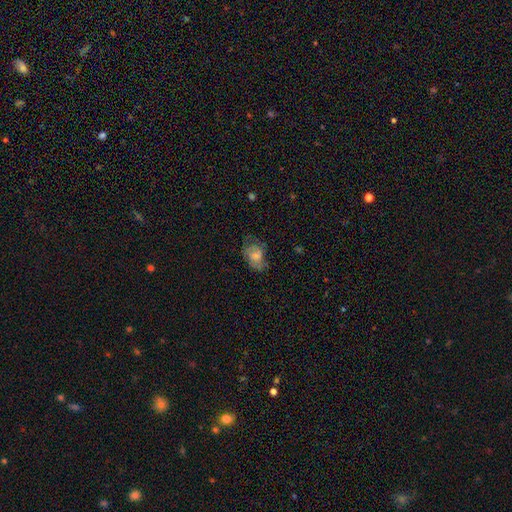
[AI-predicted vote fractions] Q: Smooth or featured?
A: smooth (50%); runner-up: featured or disk (41%)
Q: Merging?
A: none (50%); runner-up: minor disturbance (29%)